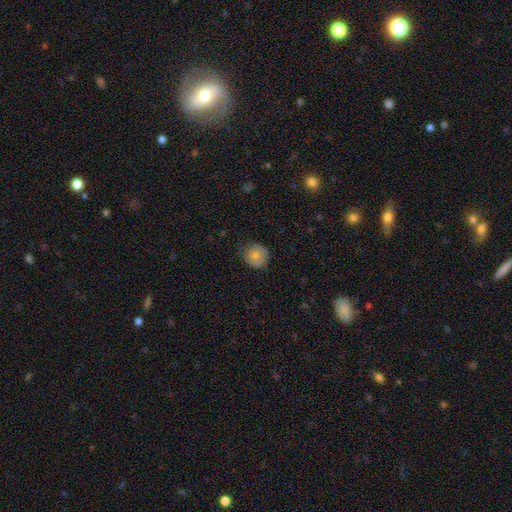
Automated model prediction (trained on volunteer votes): This appears to be a smooth galaxy with no disk features (73%) that is round (87%). Merging: none (77%).